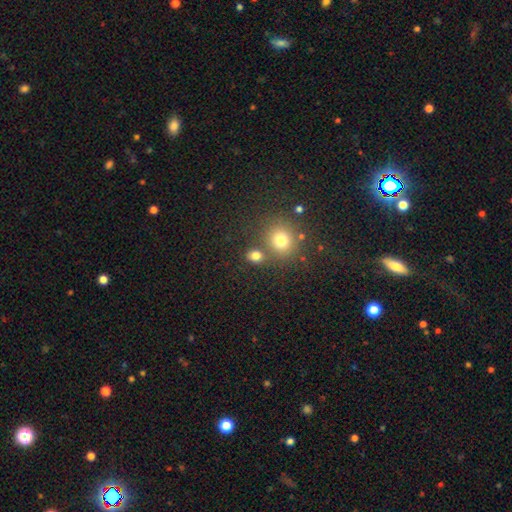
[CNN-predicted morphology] The model was most divided on "how rounded": round: 64%, in between: 35%, cigar-shaped: 1%. More confident: smooth or featured — smooth (76%); merging — none (69%).